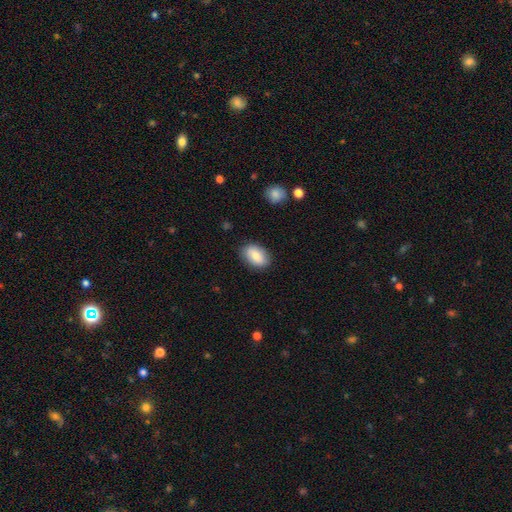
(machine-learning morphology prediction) Q: Smooth or featured?
A: smooth (80%); runner-up: featured or disk (13%)
Q: How rounded?
A: in between (90%); runner-up: round (9%)
Q: Merging?
A: none (85%); runner-up: minor disturbance (11%)